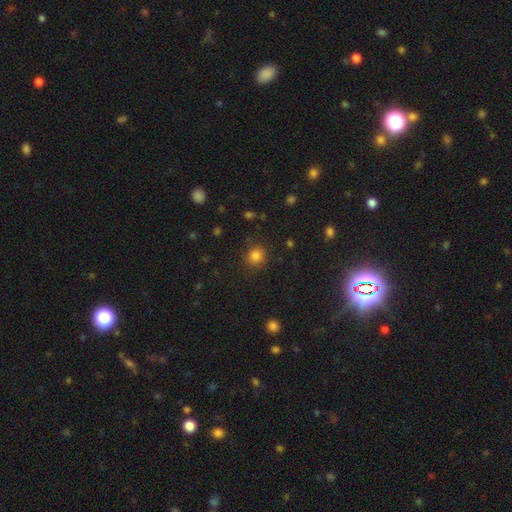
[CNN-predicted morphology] The model was most divided on "smooth or featured": smooth: 83%, star or artifact: 13%, featured or disk: 4%. More confident: how rounded — round (92%); merging — none (88%).